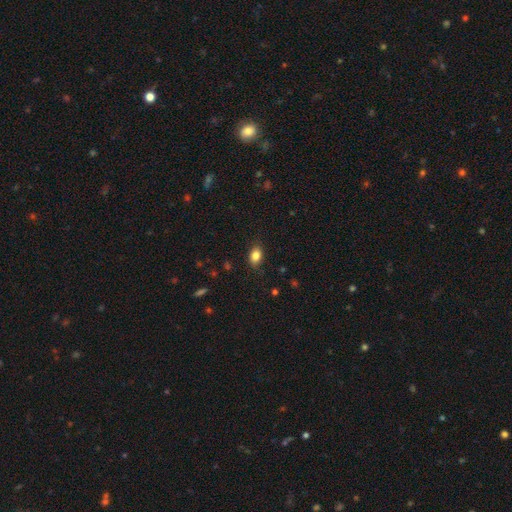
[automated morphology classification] Smooth or featured? Predicted: smooth (p=0.84). How rounded? Predicted: in between (p=0.76). Merging? Predicted: none (p=0.84).